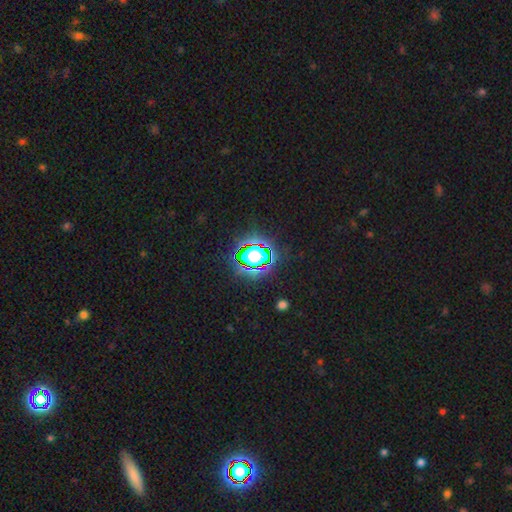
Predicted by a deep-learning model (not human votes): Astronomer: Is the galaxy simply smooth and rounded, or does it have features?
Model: star or artifact — 65%.